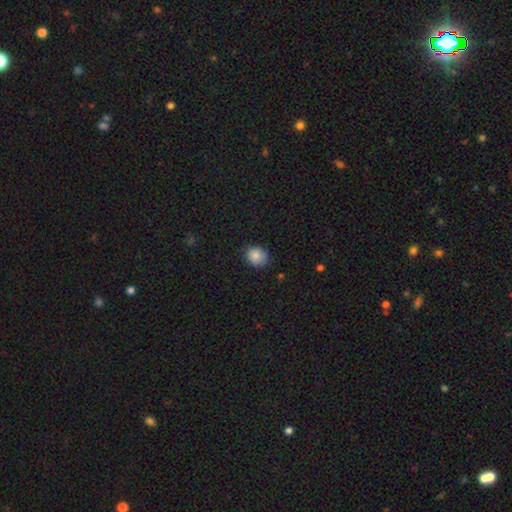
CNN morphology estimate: The model was most divided on "how rounded": round: 67%, in between: 33%, cigar-shaped: 1%. More confident: smooth or featured — smooth (86%); merging — none (77%).